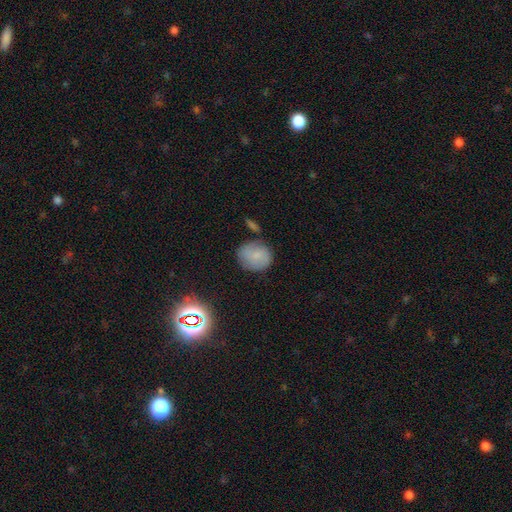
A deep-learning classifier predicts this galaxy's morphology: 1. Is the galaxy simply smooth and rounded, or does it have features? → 67% smooth, 22% featured or disk, 11% star or artifact.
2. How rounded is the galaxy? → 66% round, 33% in between, 1% cigar-shaped.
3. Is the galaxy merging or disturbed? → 67% none, 21% minor disturbance, 6% merger, 6% major disturbance.